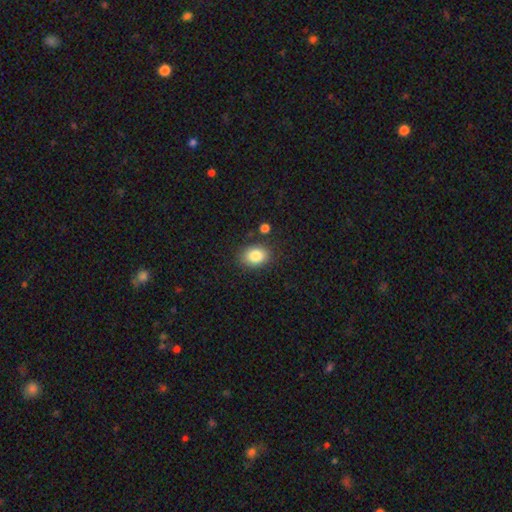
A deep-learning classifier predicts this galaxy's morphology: Overall: smooth (84%). How rounded: in between (64%; round 35%). Merging: none (81%).